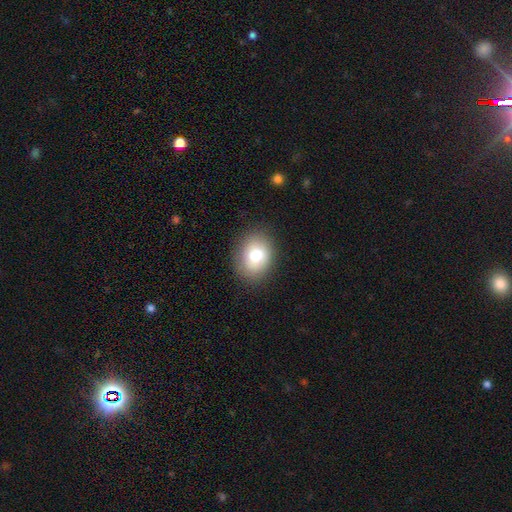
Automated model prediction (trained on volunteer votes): The model was most divided on "how rounded": in between: 65%, round: 34%, cigar-shaped: 1%. More confident: merging — none (83%); smooth or featured — smooth (78%).